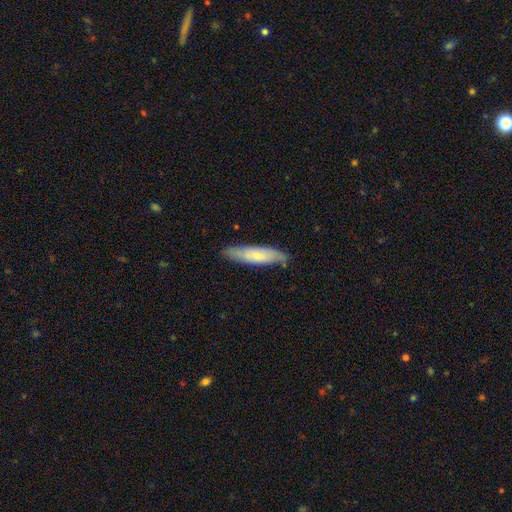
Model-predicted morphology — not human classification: smooth 67%, featured or disk 28%, star or artifact 6%. Down the decision tree: how rounded — cigar-shaped (77%); merging — none (83%).